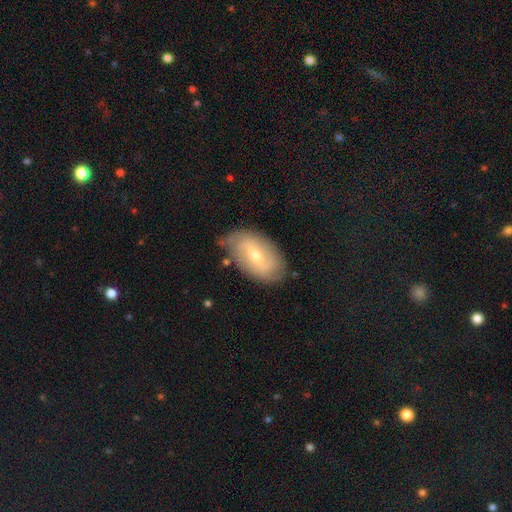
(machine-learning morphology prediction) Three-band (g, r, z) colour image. It shows a featured or disk galaxy (59%) with a weak bar (53%), spiral arms (72%) and a moderate central bulge (62%). Merging: none (71%).